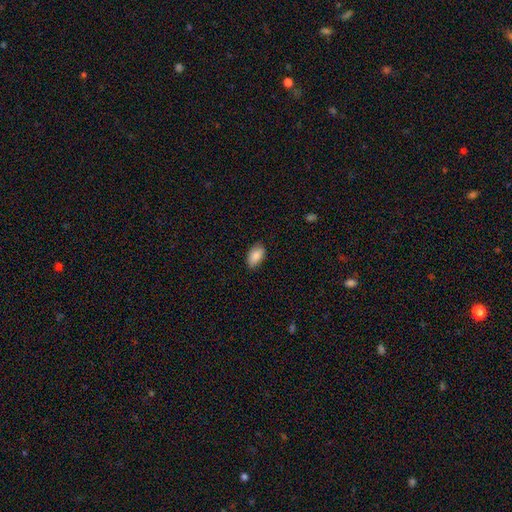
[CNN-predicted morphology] Smooth or featured? Predicted: smooth (p=0.87). How rounded? Predicted: in between (p=0.93). Merging? Predicted: none (p=0.83).